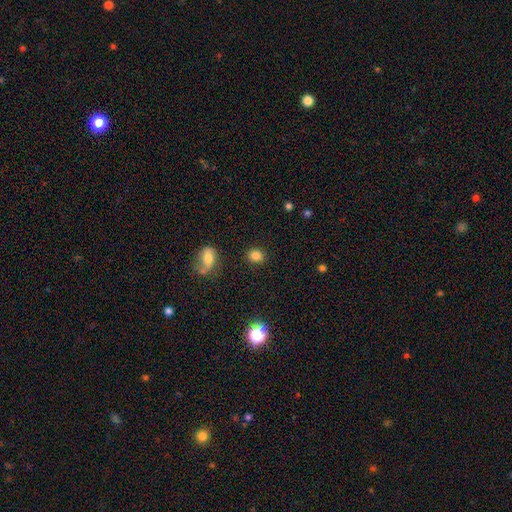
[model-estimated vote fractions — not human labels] Morphology: type=smooth (82%); roundness=round (66%); merging=none (88%).